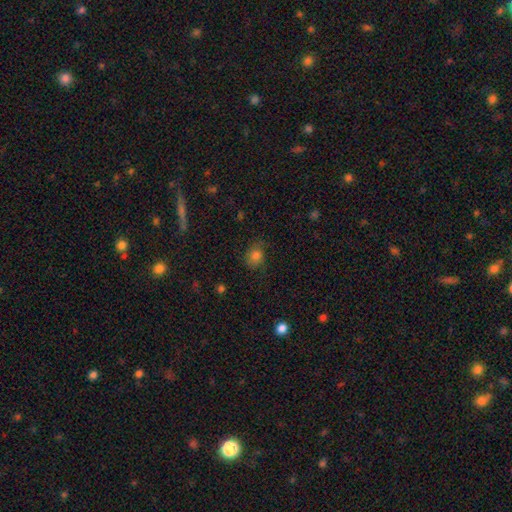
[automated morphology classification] smooth 79%, star or artifact 13%, featured or disk 8%. Down the decision tree: how rounded — round (67%); merging — none (69%).